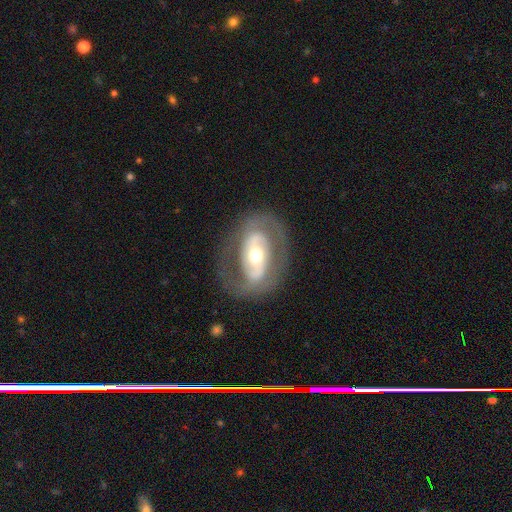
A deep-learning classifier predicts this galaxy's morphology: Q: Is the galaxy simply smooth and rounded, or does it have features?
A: featured or disk — 77%.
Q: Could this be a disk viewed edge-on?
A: no — 94%.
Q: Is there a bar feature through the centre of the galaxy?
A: no — 40%.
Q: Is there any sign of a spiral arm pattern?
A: yes — 63%.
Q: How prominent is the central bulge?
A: moderate — 62%.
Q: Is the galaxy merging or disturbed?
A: none — 75%.